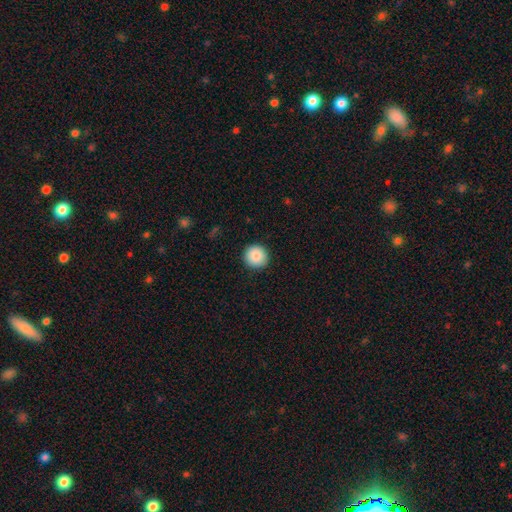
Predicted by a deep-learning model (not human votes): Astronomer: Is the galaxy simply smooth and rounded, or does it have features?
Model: smooth — 88%.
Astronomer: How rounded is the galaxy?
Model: round — 95%.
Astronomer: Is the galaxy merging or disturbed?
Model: none — 92%.